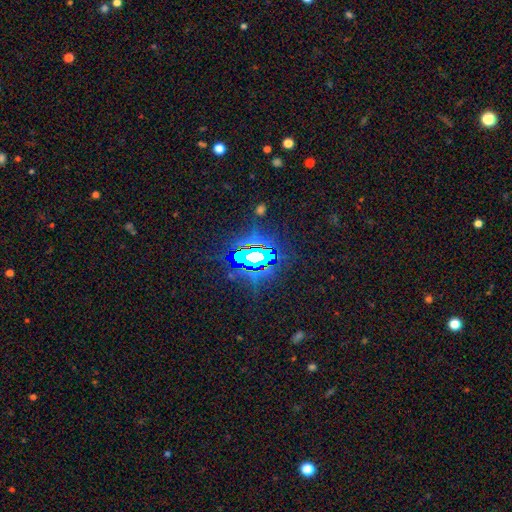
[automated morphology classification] Smooth or featured? star or artifact (71%)